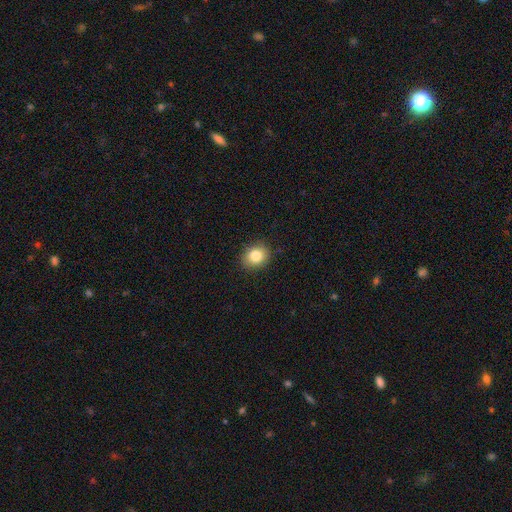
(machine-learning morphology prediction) type=smooth (84%); roundness=round (60%); merging=none (89%).